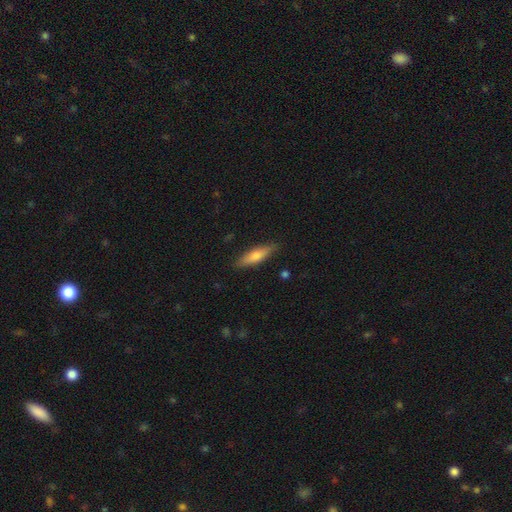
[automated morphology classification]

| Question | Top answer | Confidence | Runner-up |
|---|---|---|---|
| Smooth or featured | smooth | 66% | featured or disk (28%) |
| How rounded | cigar-shaped | 69% | in between (29%) |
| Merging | none | 88% | minor disturbance (9%) |